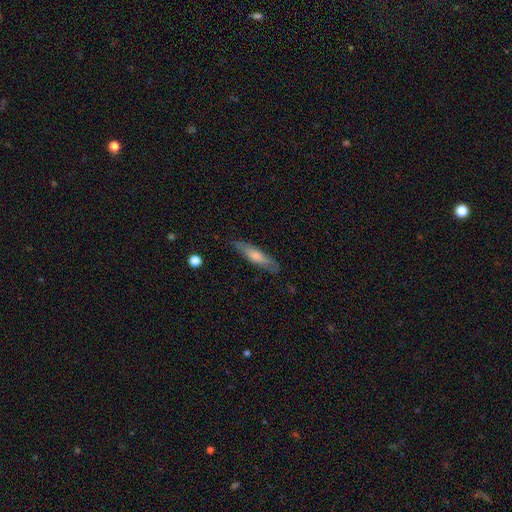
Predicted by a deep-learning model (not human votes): A smooth galaxy with no disk features (56%) that is cigar-shaped (75%).

Vote fractions:
- Smooth or featured? smooth: 56% / featured or disk: 38% / star or artifact: 6%
- How rounded? cigar-shaped: 75% / in between: 24% / round: 2%
- Merging? none: 80% / minor disturbance: 15% / major disturbance: 3% / merger: 1%